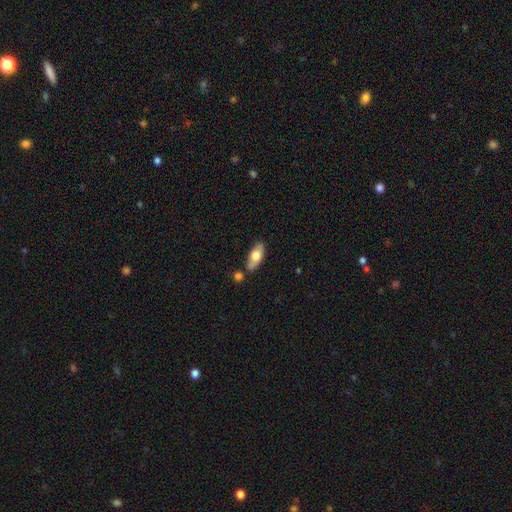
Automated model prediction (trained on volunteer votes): Smooth or featured: smooth — 67% (featured or disk — 27%)
How rounded: in between — 82% (cigar-shaped — 16%)
Merging: none — 72% (minor disturbance — 14%)